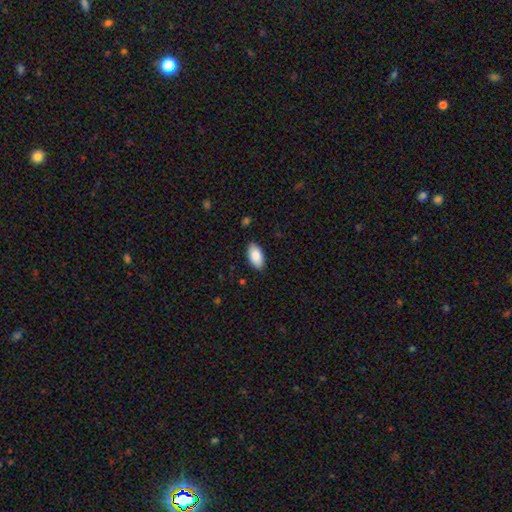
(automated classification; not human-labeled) This appears to be a smooth galaxy with no disk features (87%) that is in between round and cigar-shaped (95%). Merging: none (87%).